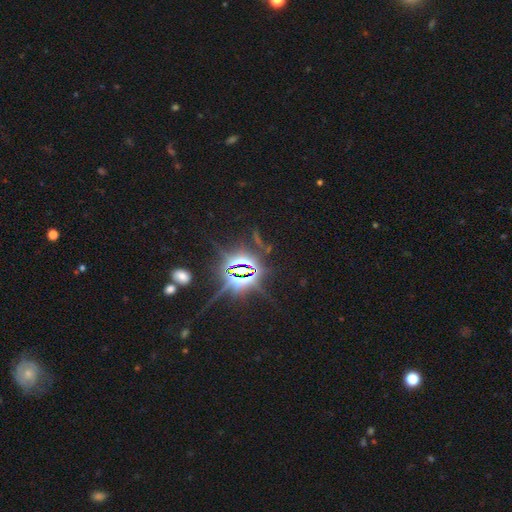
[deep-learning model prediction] This is clearly a star or artifact rather than a galaxy (85%).